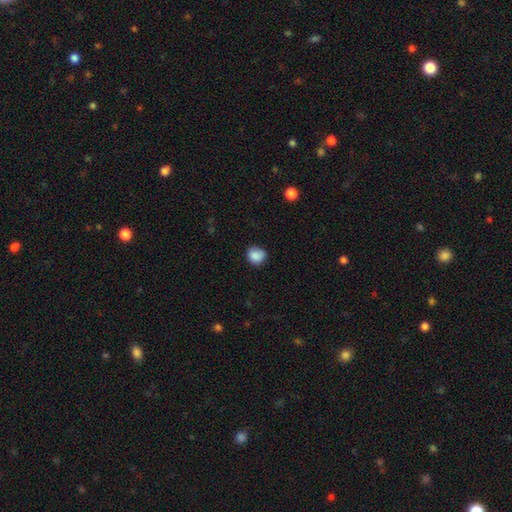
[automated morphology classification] Smooth or featured? Predicted: smooth (p=0.86). How rounded? Predicted: round (p=0.82). Merging? Predicted: none (p=0.71).